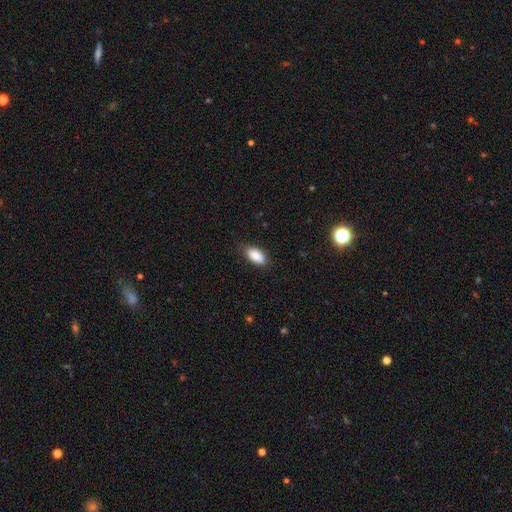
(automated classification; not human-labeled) Q: Smooth or featured?
A: smooth (88%); runner-up: star or artifact (7%)
Q: How rounded?
A: in between (91%); runner-up: cigar-shaped (6%)
Q: Merging?
A: none (79%); runner-up: minor disturbance (17%)